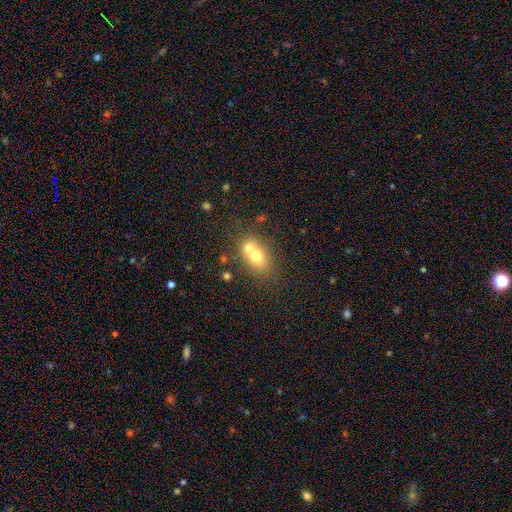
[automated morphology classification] smooth-or-featured: smooth: 66% | featured or disk: 22% | star or artifact: 11%
  how-rounded: in between: 57% | round: 41% | cigar-shaped: 1%
  merging: merger: 52% | none: 35% | minor disturbance: 9% | major disturbance: 4%